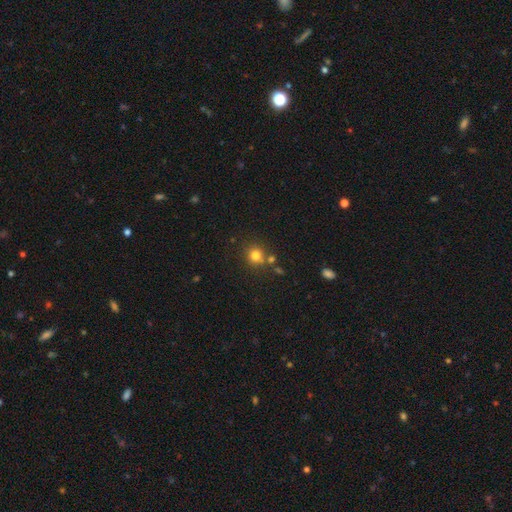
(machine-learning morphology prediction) Smooth or featured? smooth (78%)
How rounded? round (90%)
Merging? none (71%)